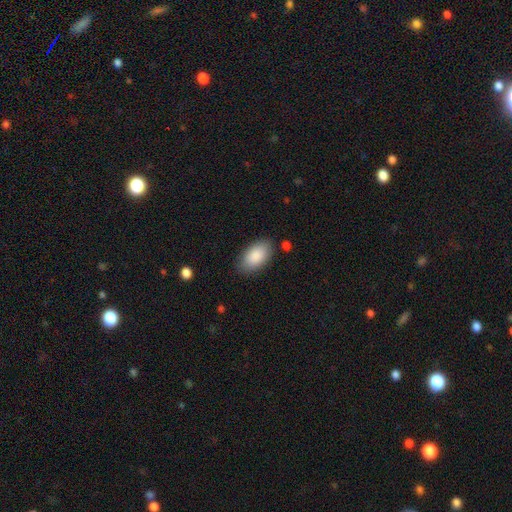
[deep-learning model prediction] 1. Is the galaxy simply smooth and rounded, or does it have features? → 88% smooth, 6% star or artifact, 6% featured or disk.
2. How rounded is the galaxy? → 95% in between, 3% round, 2% cigar-shaped.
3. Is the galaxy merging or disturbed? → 84% none, 12% minor disturbance, 3% major disturbance, 2% merger.